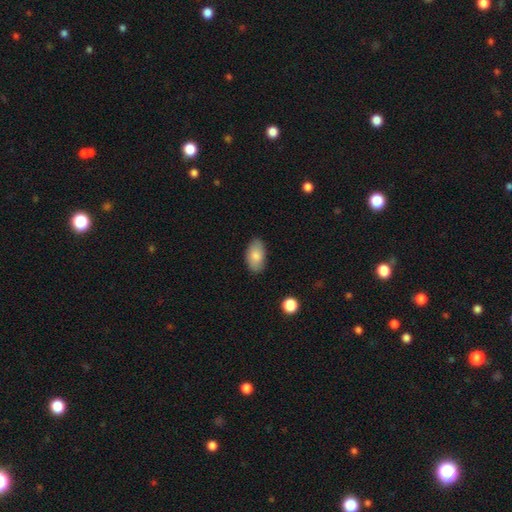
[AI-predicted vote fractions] smooth-or-featured: smooth: 83% | featured or disk: 11% | star or artifact: 7%
  how-rounded: in between: 95% | round: 4% | cigar-shaped: 2%
  merging: none: 85% | minor disturbance: 12% | major disturbance: 2% | merger: 1%